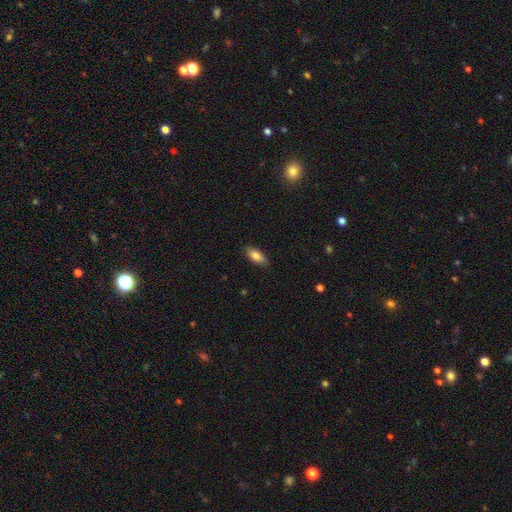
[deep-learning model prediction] smooth 84%, featured or disk 10%, star or artifact 7%. Down the decision tree: how rounded — in between (87%); merging — none (87%).